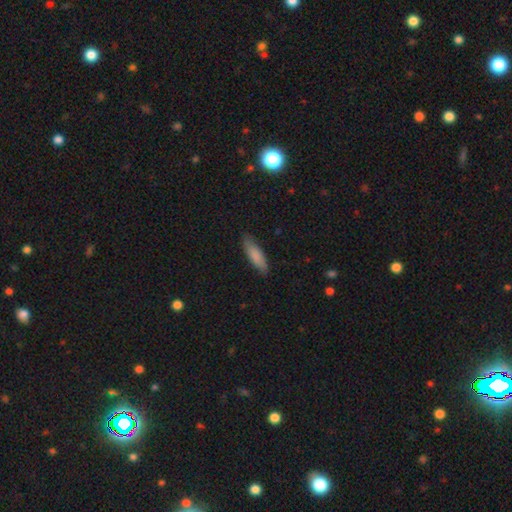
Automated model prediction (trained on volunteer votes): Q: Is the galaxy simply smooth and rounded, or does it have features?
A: smooth — 83%.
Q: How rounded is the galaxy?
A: cigar-shaped — 52%.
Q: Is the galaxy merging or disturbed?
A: none — 83%.